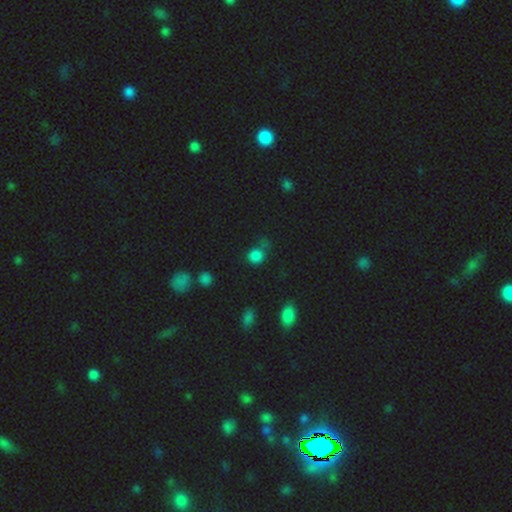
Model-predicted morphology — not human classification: Q: Smooth or featured?
A: smooth (75%); runner-up: star or artifact (20%)
Q: How rounded?
A: round (82%); runner-up: in between (17%)
Q: Merging?
A: none (62%); runner-up: minor disturbance (19%)